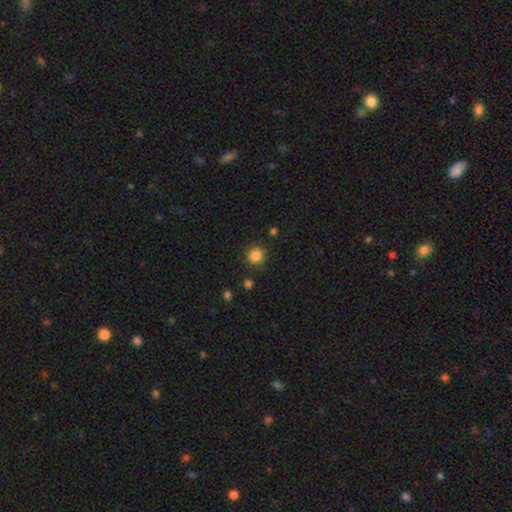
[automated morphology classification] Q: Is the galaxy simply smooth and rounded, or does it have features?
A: smooth — 85%.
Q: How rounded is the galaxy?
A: round — 93%.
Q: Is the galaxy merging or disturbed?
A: none — 89%.